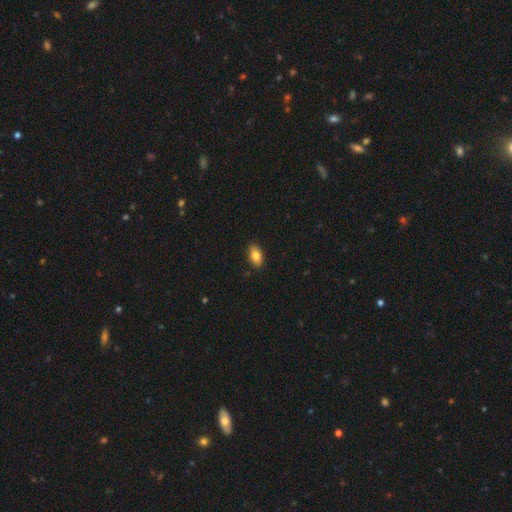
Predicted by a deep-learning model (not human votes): smooth_or_featured: smooth (p=0.82) [alt: featured or disk p=0.11]
how_rounded: in between (p=0.90) [alt: cigar-shaped p=0.05]
merging: none (p=0.89) [alt: minor disturbance p=0.09]